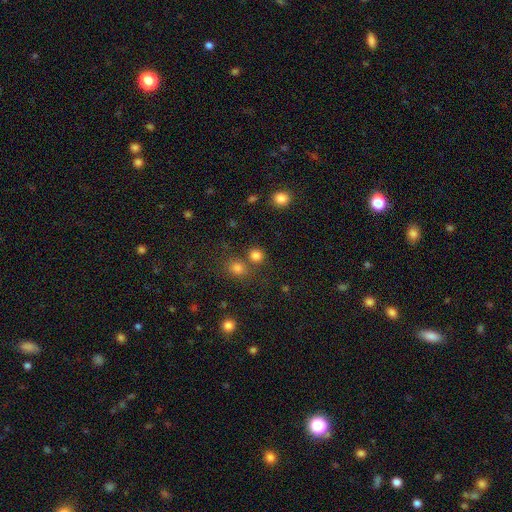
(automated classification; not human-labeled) Smooth or featured?
  - smooth: 81% *
  - star or artifact: 14%
  - featured or disk: 5%
How rounded?
  - round: 85% *
  - in between: 14%
  - cigar-shaped: 1%
Merging?
  - none: 70% *
  - merger: 19%
  - minor disturbance: 8%
  - major disturbance: 3%